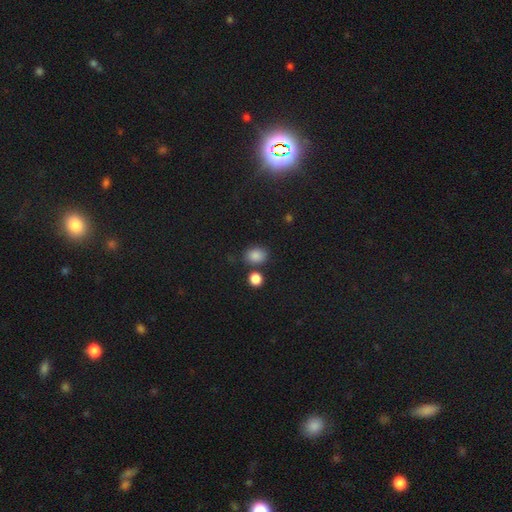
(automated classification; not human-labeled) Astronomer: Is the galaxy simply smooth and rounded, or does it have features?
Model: smooth — 84%.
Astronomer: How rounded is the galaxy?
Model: in between — 56% (runner-up: round, 43%).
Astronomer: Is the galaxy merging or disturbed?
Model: none — 73%.